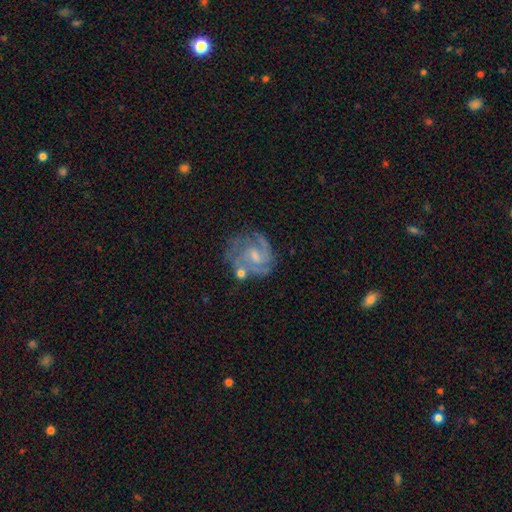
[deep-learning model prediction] This is likely a featured or disk galaxy (80%). It is clearly not viewed edge-on (98%). Bar: possibly weak (55%). Spiral arm pattern: clearly yes (91%). Spiral arm count: marginally 2 (29%). Spiral winding: possibly tight (48%). Central bulge: marginally small (45%). Merging: possibly none (54%).